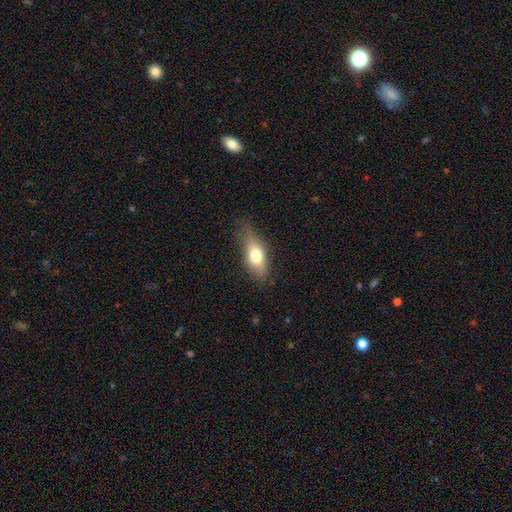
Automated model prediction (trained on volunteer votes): A smooth galaxy with no disk features (70%) that is in between round and cigar-shaped (73%). Merging: none (69%).